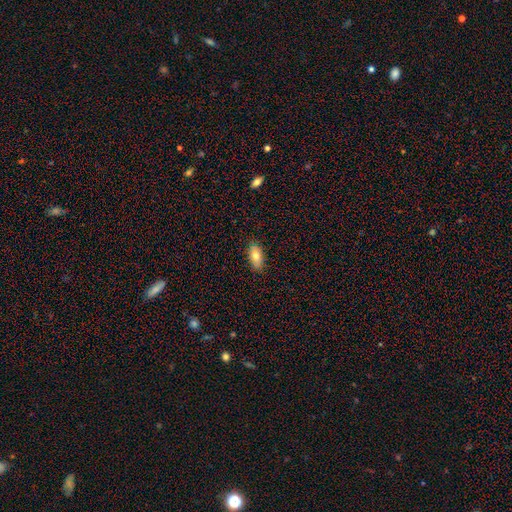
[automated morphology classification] smooth 76%, featured or disk 17%, star or artifact 7%. Down the decision tree: how rounded — in between (88%); merging — none (87%).